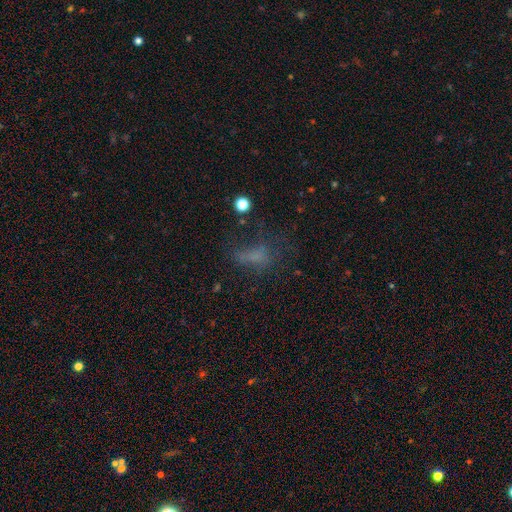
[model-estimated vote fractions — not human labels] The model was most divided on "merging": none: 41%, major disturbance: 33%, minor disturbance: 22%, merger: 5%. More confident: how rounded — in between (69%); smooth or featured — smooth (53%).